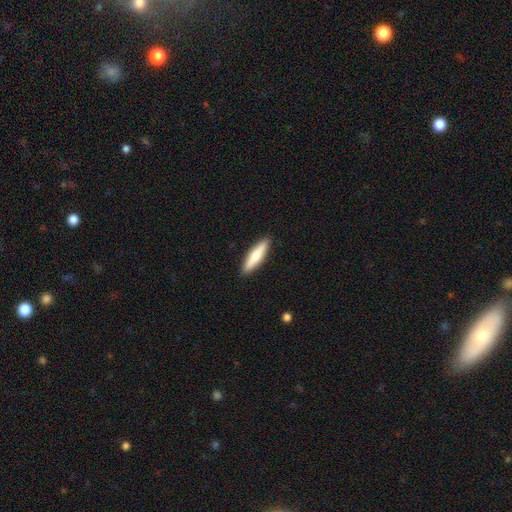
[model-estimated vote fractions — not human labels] smooth 69%, featured or disk 26%, star or artifact 5%. Down the decision tree: how rounded — cigar-shaped (77%); merging — none (91%).